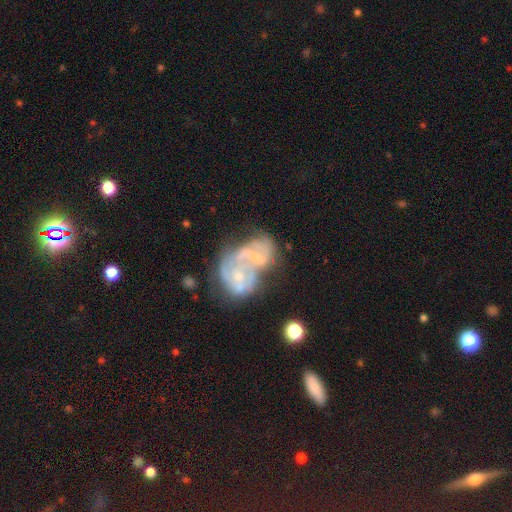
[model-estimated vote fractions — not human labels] A featured or disk galaxy (69%) with no bar (56%), spiral arms (56%) and no central bulge (40%). Merging: merger (46%).